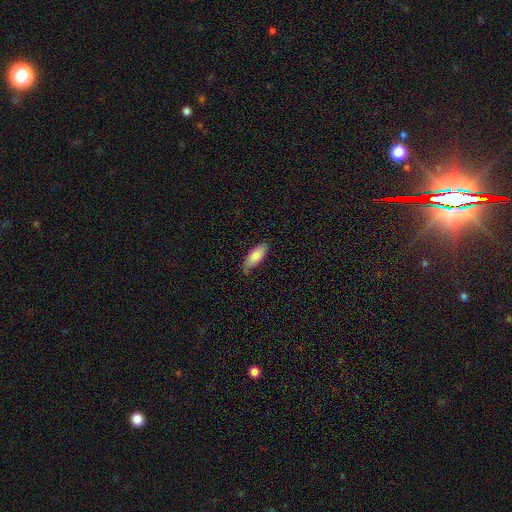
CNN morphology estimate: smooth_or_featured: smooth (p=0.83) [alt: featured or disk p=0.11]
how_rounded: in between (p=0.80) [alt: cigar-shaped p=0.19]
merging: none (p=0.72) [alt: minor disturbance p=0.23]